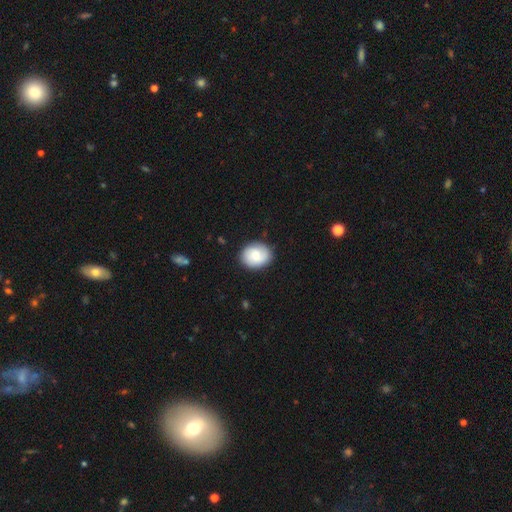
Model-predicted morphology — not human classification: The model was most divided on "how rounded": round: 56%, in between: 43%, cigar-shaped: 1%. More confident: merging — none (85%); smooth or featured — smooth (70%).